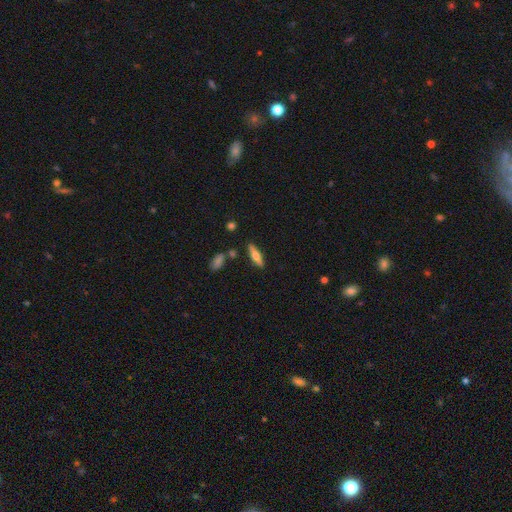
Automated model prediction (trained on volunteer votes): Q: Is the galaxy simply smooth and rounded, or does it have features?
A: smooth — 54%.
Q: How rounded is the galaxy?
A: cigar-shaped — 63%.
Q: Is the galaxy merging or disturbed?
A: none — 84%.